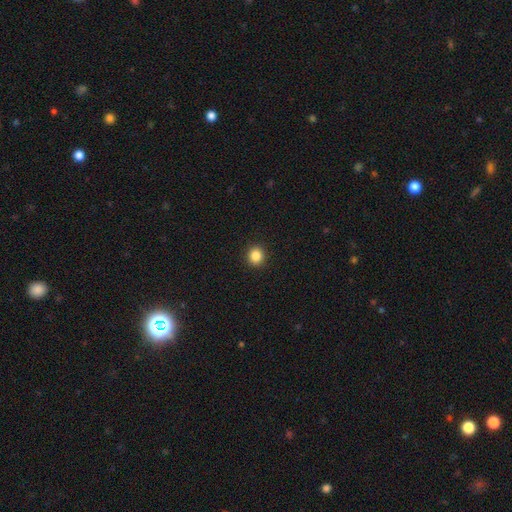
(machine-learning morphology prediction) smooth 86%, star or artifact 11%, featured or disk 4%. Down the decision tree: how rounded — round (87%); merging — none (93%).